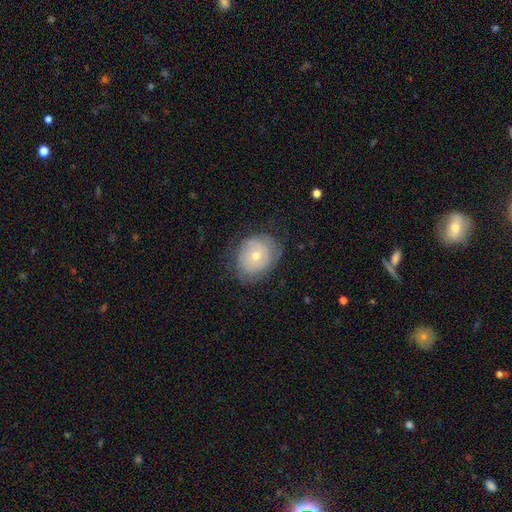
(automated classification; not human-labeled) smooth_or_featured: smooth (p=0.54) [alt: featured or disk p=0.38]
how_rounded: round (p=0.61) [alt: in between p=0.39]
merging: none (p=0.69) [alt: minor disturbance p=0.21]